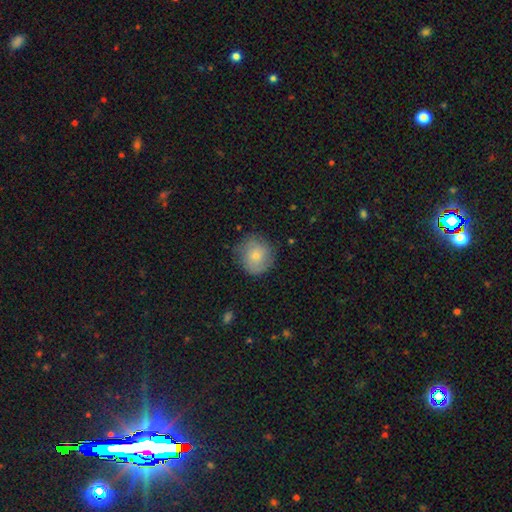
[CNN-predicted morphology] Q: Smooth or featured?
A: smooth (65%); runner-up: featured or disk (28%)
Q: How rounded?
A: round (88%); runner-up: in between (11%)
Q: Merging?
A: none (72%); runner-up: minor disturbance (21%)